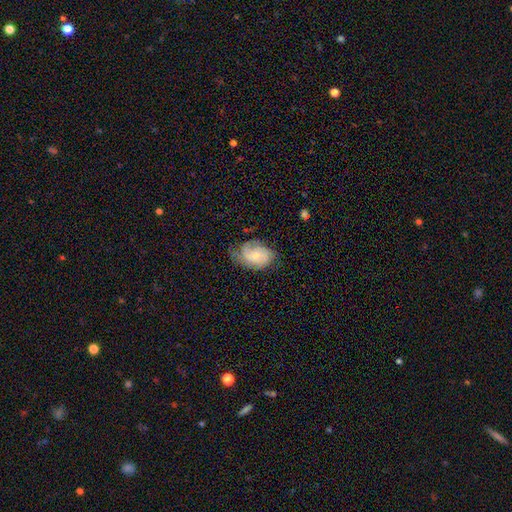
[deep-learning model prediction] Morphology: type=featured or disk (59%); edge-on=no (97%); bar=no (75%); spiral arms=yes (87%); bulge=small (62%); merging=none (51%).